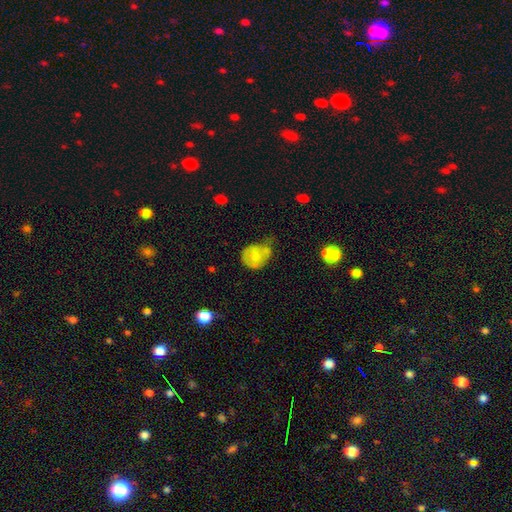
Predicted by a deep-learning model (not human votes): Overall: smooth (59%; featured or disk 32%). How rounded: round (63%; in between 36%). Merging: minor disturbance (34%; none 30%).